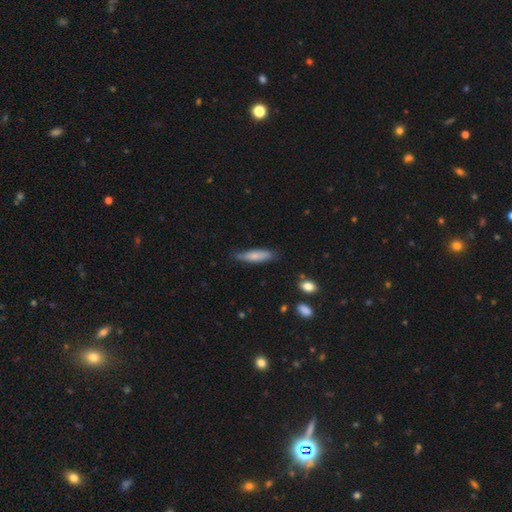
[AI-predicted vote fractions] Smooth or featured: smooth — 75% (featured or disk — 19%)
How rounded: cigar-shaped — 70% (in between — 29%)
Merging: none — 74% (minor disturbance — 21%)